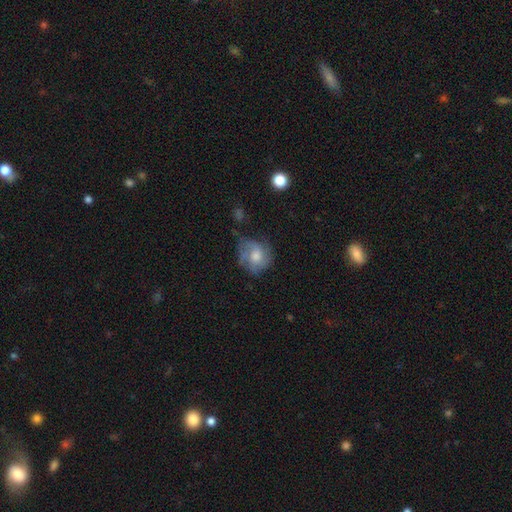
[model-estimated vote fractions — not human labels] The model was most divided on "smooth or featured": smooth: 47%, featured or disk: 45%, star or artifact: 8%. Remaining: merging — none (50%).